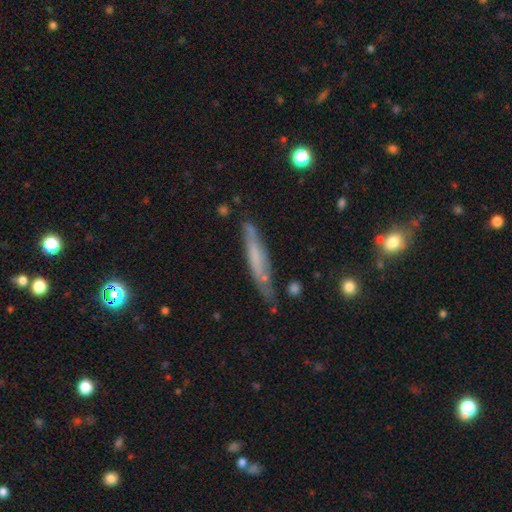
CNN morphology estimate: Smooth or featured? Predicted: smooth (p=0.49). Merging? Predicted: none (p=0.67).